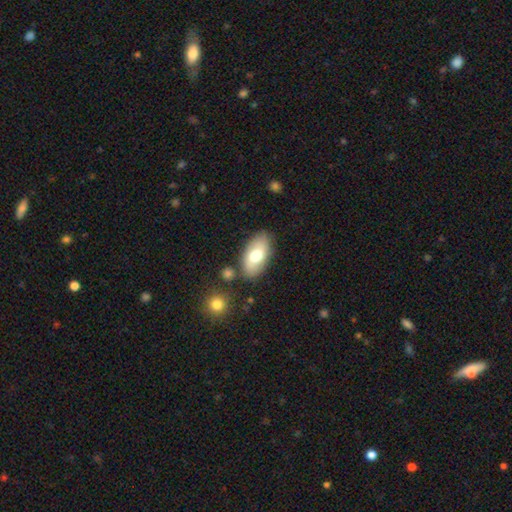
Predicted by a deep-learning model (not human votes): smooth 70%, featured or disk 24%, star or artifact 6%. Down the decision tree: how rounded — in between (94%); merging — none (79%).